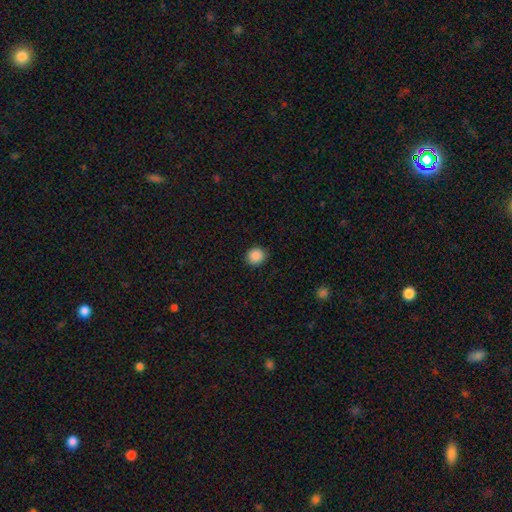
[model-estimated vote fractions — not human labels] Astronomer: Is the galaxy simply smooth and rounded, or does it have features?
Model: smooth — 89%.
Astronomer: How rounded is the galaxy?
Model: round — 83%.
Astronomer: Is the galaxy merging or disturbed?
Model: none — 90%.